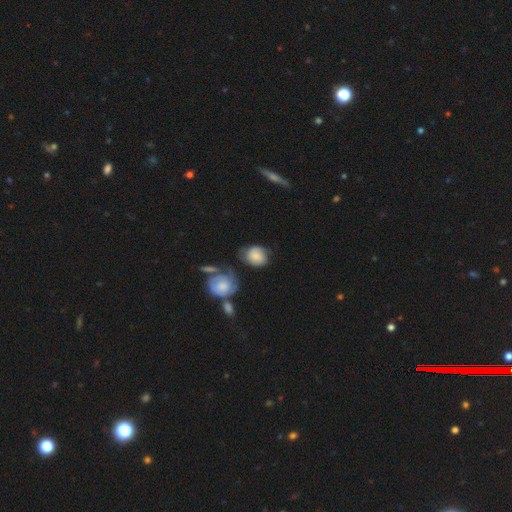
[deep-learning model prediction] Overall: smooth (62%; featured or disk 30%). How rounded: round (55%; in between 44%). Merging: none (48%; minor disturbance 27%).